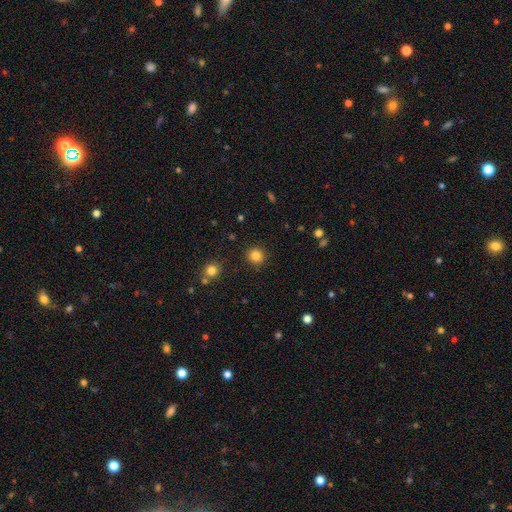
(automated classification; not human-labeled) smooth 84%, star or artifact 12%, featured or disk 4%. Down the decision tree: how rounded — round (93%); merging — none (90%).